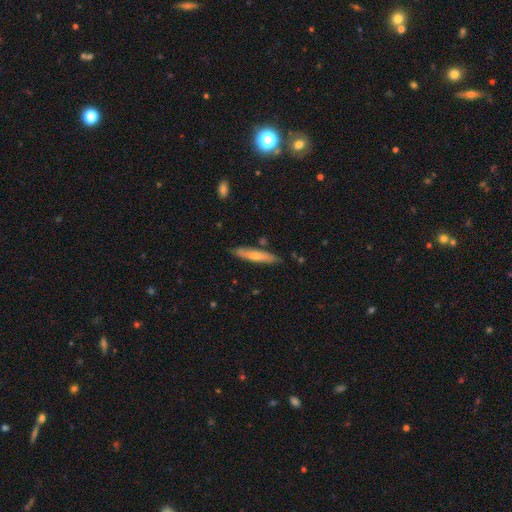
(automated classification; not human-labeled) smooth_or_featured: smooth (p=0.61) [alt: featured or disk p=0.33]
how_rounded: cigar-shaped (p=0.86) [alt: in between p=0.13]
merging: none (p=0.81) [alt: minor disturbance p=0.14]